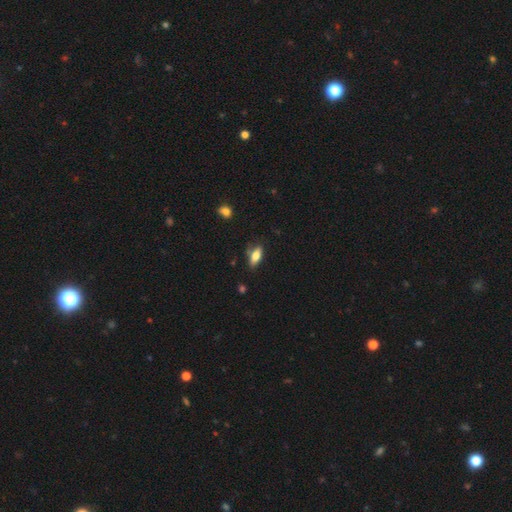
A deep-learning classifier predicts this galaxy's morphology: Q: Smooth or featured?
A: smooth (74%); runner-up: featured or disk (18%)
Q: How rounded?
A: in between (79%); runner-up: cigar-shaped (18%)
Q: Merging?
A: none (73%); runner-up: minor disturbance (20%)